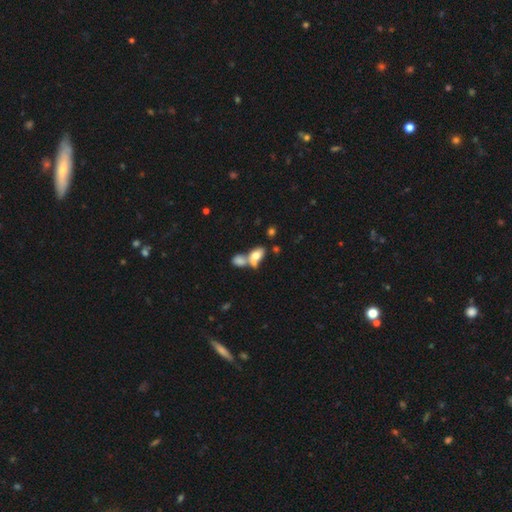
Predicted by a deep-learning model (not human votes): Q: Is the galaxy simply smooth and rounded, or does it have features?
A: smooth — 69%.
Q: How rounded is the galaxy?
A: in between — 87%.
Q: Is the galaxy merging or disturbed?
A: merger — 56%.